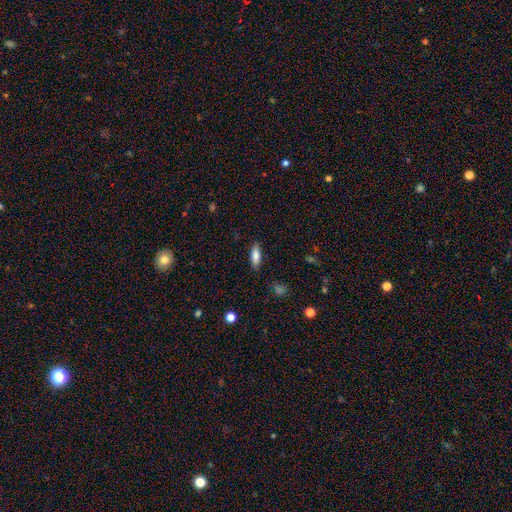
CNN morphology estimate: Smooth or featured?
  - smooth: 80% *
  - featured or disk: 13%
  - star or artifact: 7%
How rounded?
  - in between: 63% *
  - cigar-shaped: 35%
  - round: 2%
Merging?
  - none: 86% *
  - minor disturbance: 10%
  - major disturbance: 2%
  - merger: 1%